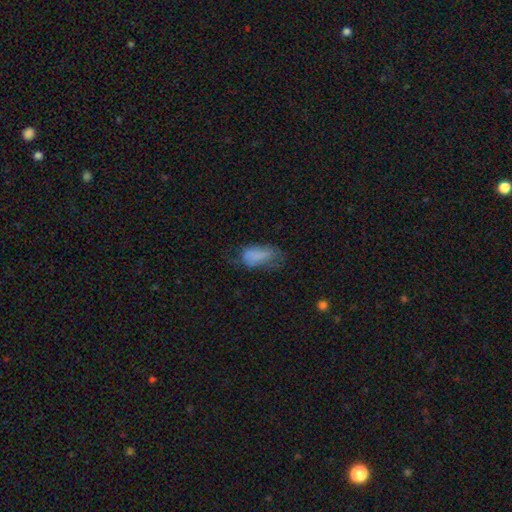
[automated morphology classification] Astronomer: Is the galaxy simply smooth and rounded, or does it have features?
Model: smooth — 71%.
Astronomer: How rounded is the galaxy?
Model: in between — 90%.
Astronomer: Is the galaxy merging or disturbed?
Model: major disturbance — 33%, tied with none at 33%.